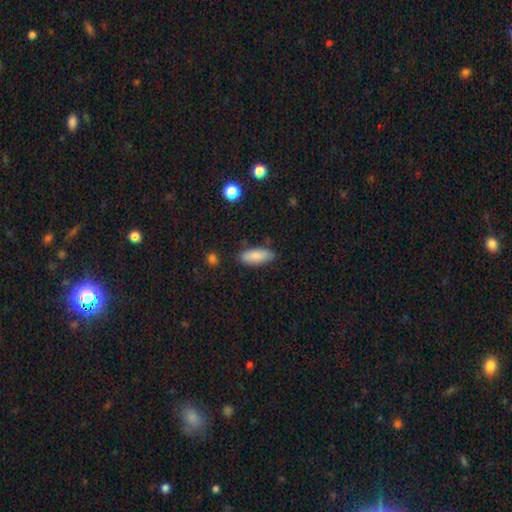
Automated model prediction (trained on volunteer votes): Smooth or featured? Predicted: smooth (p=0.85). How rounded? Predicted: in between (p=0.77). Merging? Predicted: none (p=0.82).